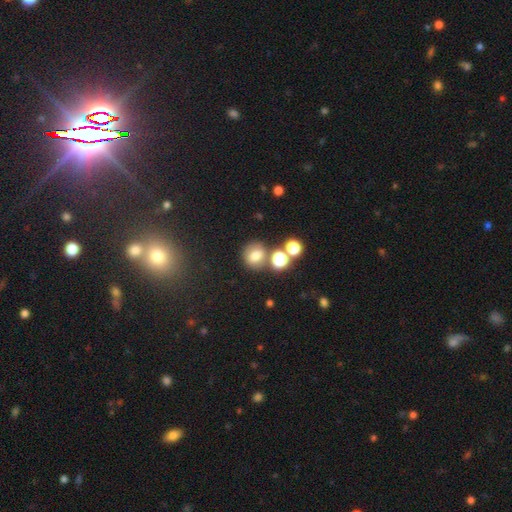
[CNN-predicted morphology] Smooth or featured? smooth (70%)
How rounded? round (73%)
Merging? none (65%)